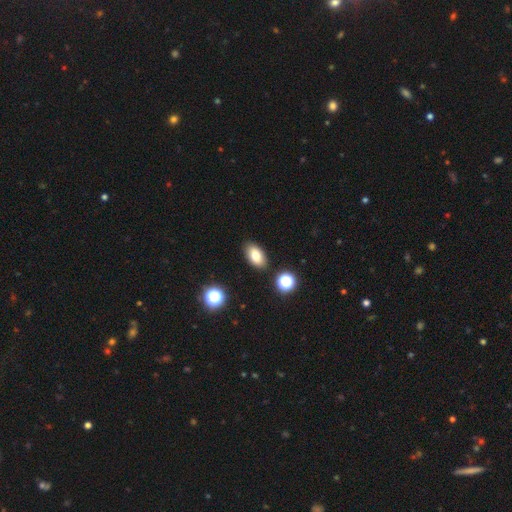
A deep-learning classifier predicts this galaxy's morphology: Smooth or featured: smooth — 81% (star or artifact — 10%)
How rounded: in between — 91% (round — 6%)
Merging: none — 86% (minor disturbance — 9%)